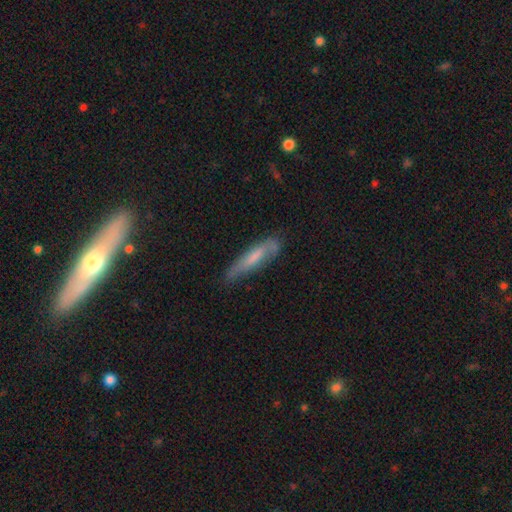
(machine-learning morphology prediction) Smooth or featured? Predicted: smooth (p=0.59). How rounded? Predicted: cigar-shaped (p=0.82). Merging? Predicted: none (p=0.61).